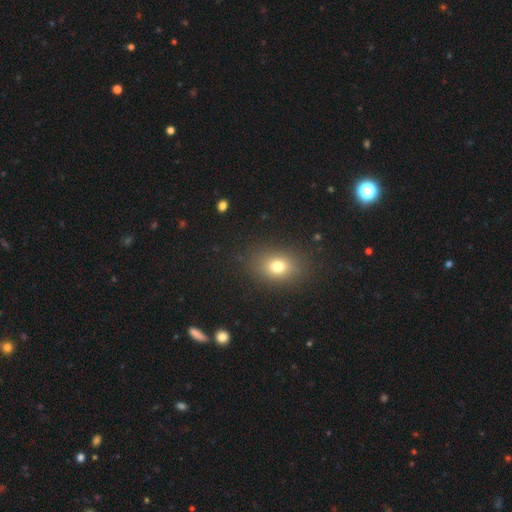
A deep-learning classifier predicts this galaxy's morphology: Smooth or featured: smooth — 67% (star or artifact — 24%)
How rounded: in between — 61% (round — 38%)
Merging: none — 88% (minor disturbance — 7%)